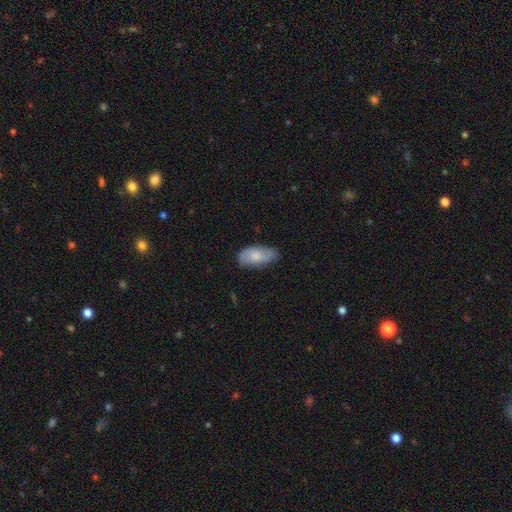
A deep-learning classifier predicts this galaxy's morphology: type=smooth (70%); roundness=in between (92%); merging=none (73%).